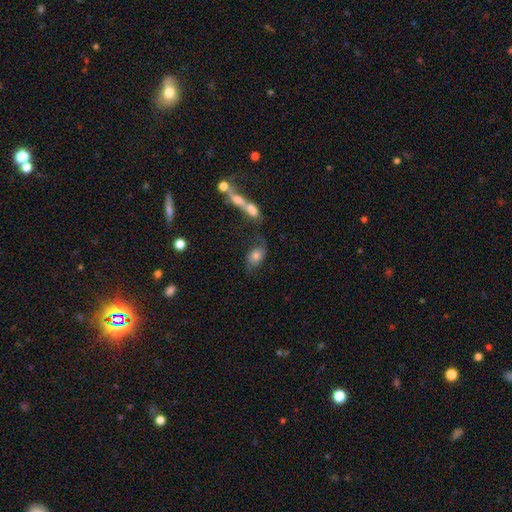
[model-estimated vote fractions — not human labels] Morphology: type=smooth (53%); roundness=in between (84%); merging=none (43%).